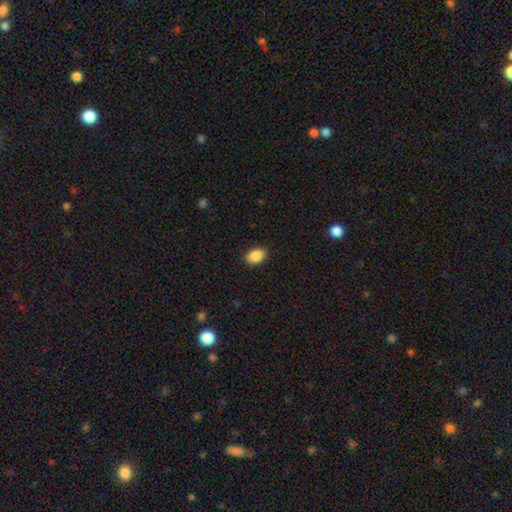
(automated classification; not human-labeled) Smooth or featured? smooth (89%)
How rounded? in between (87%)
Merging? none (88%)